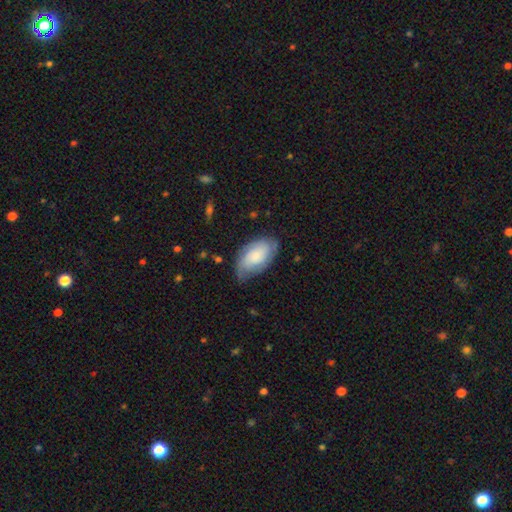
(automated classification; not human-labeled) Morphology: type=smooth (50%); roundness=in between (94%); merging=none (66%).